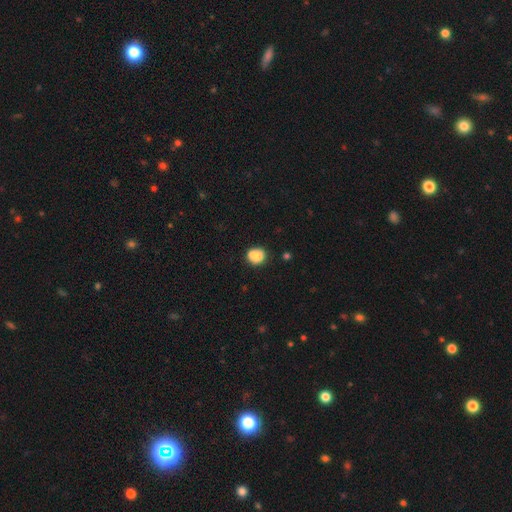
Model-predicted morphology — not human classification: smooth 69%, featured or disk 22%, star or artifact 9%. Down the decision tree: how rounded — round (72%); merging — merger (50%).